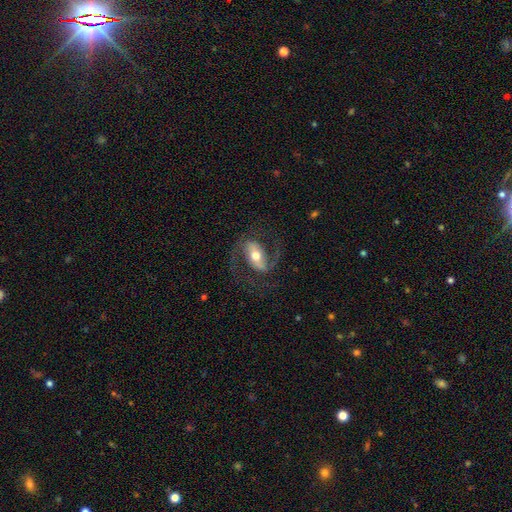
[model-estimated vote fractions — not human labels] Q: Smooth or featured?
A: featured or disk (82%); runner-up: smooth (13%)
Q: Edge-on disk?
A: no (95%); runner-up: yes (5%)
Q: Bar?
A: strong (51%); runner-up: weak (31%)
Q: Spiral arms?
A: yes (92%); runner-up: no (8%)
Q: Spiral winding?
A: medium (54%); runner-up: loose (32%)
Q: Spiral arm count?
A: 2 (91%); runner-up: 1 (3%)
Q: Bulge size?
A: moderate (70%); runner-up: small (17%)
Q: Merging?
A: none (74%); runner-up: minor disturbance (13%)